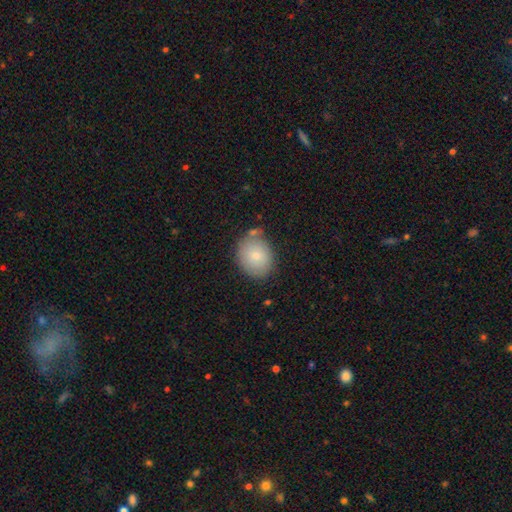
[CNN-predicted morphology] This is clearly a smooth galaxy (81%). How rounded: possibly round (51%). Merging: likely none (71%).